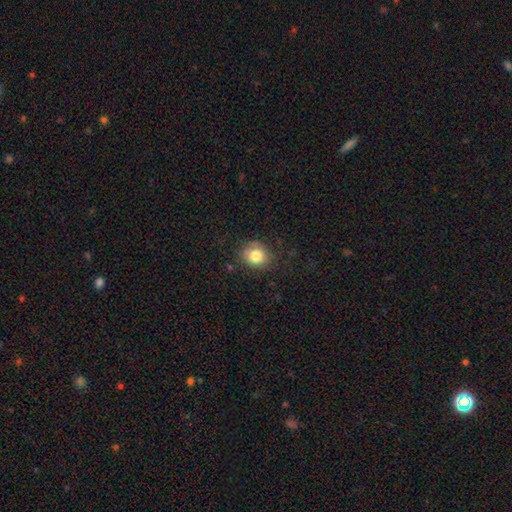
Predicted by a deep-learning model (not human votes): Q: Smooth or featured?
A: smooth (81%); runner-up: star or artifact (10%)
Q: How rounded?
A: round (75%); runner-up: in between (24%)
Q: Merging?
A: none (74%); runner-up: minor disturbance (18%)